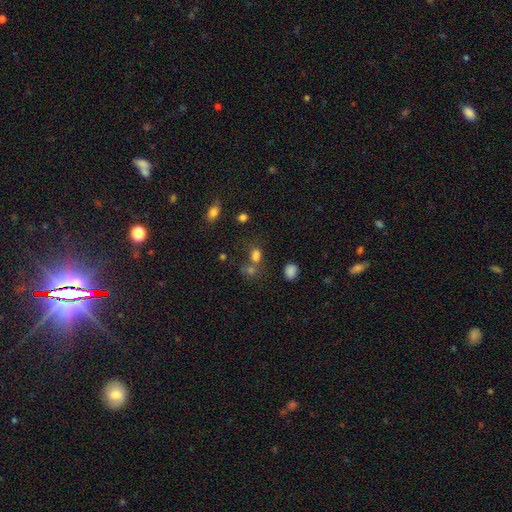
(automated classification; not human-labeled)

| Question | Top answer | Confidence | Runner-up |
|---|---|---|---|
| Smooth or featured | smooth | 75% | star or artifact (17%) |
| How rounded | in between | 61% | round (37%) |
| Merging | none | 46% | merger (33%) |